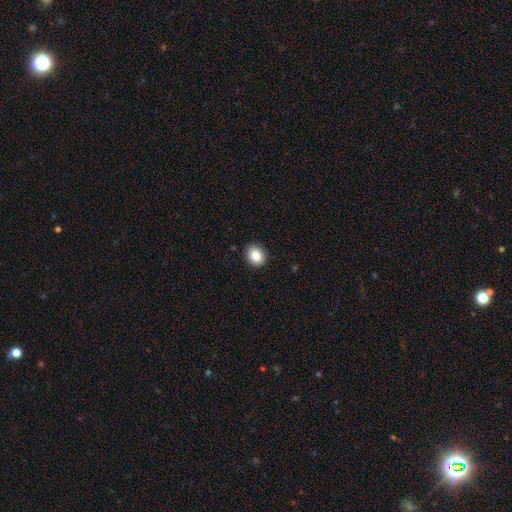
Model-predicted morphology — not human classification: Smooth or featured? smooth (84%)
How rounded? round (66%)
Merging? none (91%)